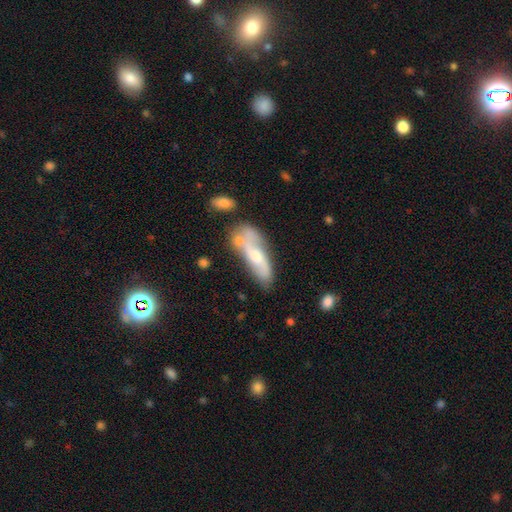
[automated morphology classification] This appears to be a featured or disk galaxy (57%). Merging: none (42%).